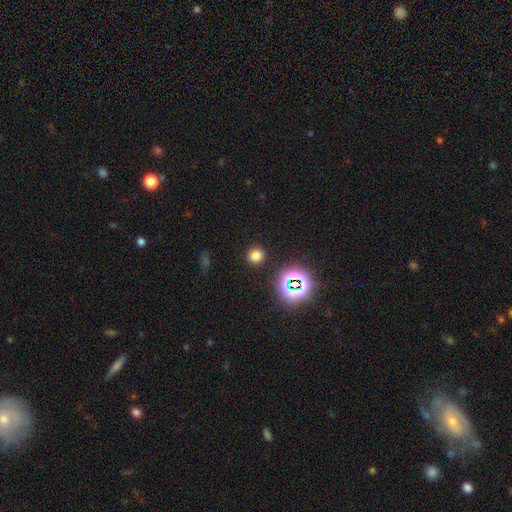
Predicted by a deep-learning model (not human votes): smooth_or_featured: smooth (p=0.73) [alt: star or artifact p=0.22]
how_rounded: round (p=0.89) [alt: in between p=0.10]
merging: none (p=0.89) [alt: minor disturbance p=0.06]